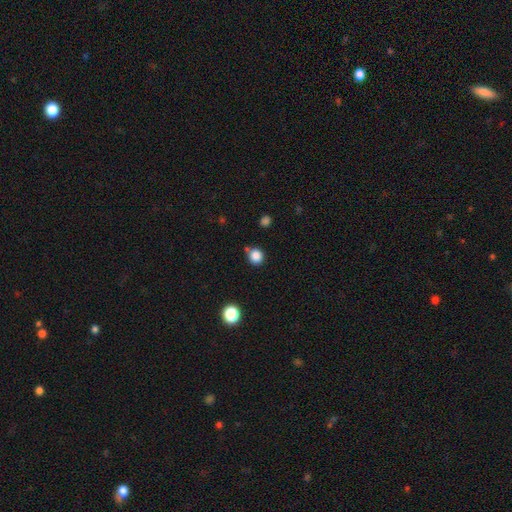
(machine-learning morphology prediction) Q: Smooth or featured?
A: smooth (85%); runner-up: star or artifact (11%)
Q: How rounded?
A: round (87%); runner-up: in between (12%)
Q: Merging?
A: none (77%); runner-up: minor disturbance (12%)